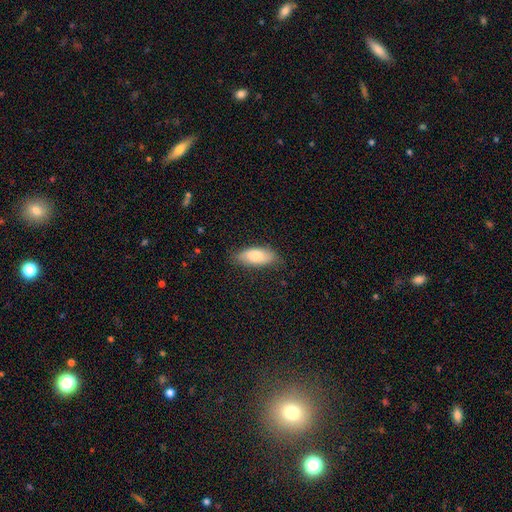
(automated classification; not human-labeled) Smooth or featured? Predicted: smooth (p=0.78). How rounded? Predicted: in between (p=0.85). Merging? Predicted: none (p=0.80).